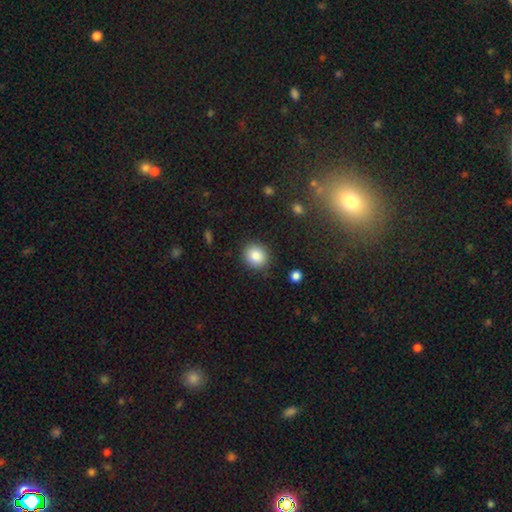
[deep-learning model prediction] The model was most divided on "how rounded": round: 80%, in between: 19%, cigar-shaped: 1%. More confident: merging — none (87%); smooth or featured — smooth (85%).